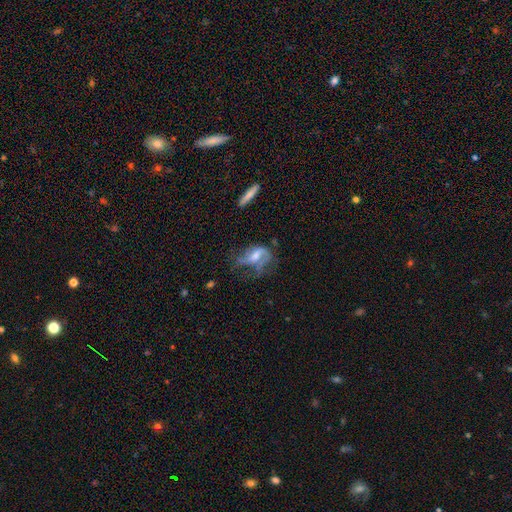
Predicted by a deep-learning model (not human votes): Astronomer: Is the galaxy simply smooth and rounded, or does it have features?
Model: featured or disk — 63%.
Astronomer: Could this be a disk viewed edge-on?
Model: no — 95%.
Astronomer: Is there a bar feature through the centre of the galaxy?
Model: weak — 42% (runner-up: no, 38%).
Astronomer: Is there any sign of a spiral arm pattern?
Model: yes — 71%.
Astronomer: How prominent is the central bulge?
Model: moderate — 42% (runner-up: small, 30%).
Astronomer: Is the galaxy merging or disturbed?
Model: major disturbance — 44% (runner-up: none, 29%).